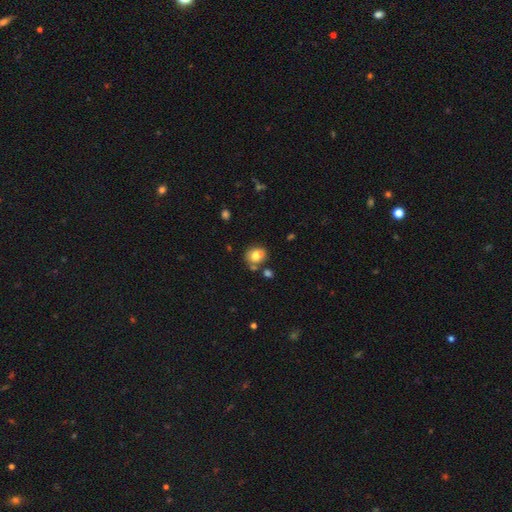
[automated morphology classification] Smooth or featured: smooth — 74% (featured or disk — 16%)
How rounded: round — 60% (in between — 39%)
Merging: none — 58% (merger — 20%)